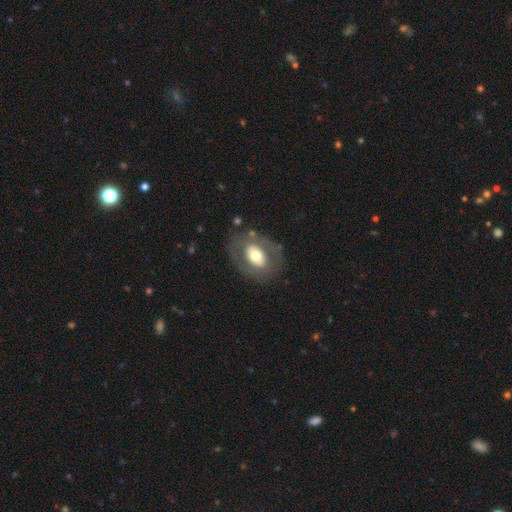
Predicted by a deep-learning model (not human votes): Q: Smooth or featured?
A: featured or disk (47%); tied with: smooth (47%)
Q: Merging?
A: none (76%); runner-up: minor disturbance (13%)